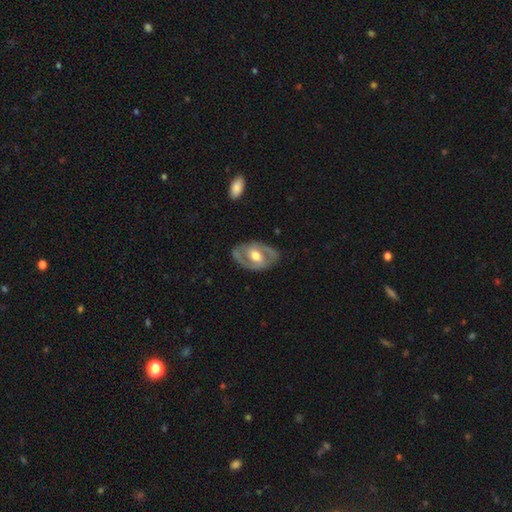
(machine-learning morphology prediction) This is likely a featured or disk galaxy (74%). It is clearly not viewed edge-on (94%). Bar: marginally no (41%). Spiral arm pattern: likely yes (64%). Central bulge: likely moderate (72%). Merging: likely none (79%).